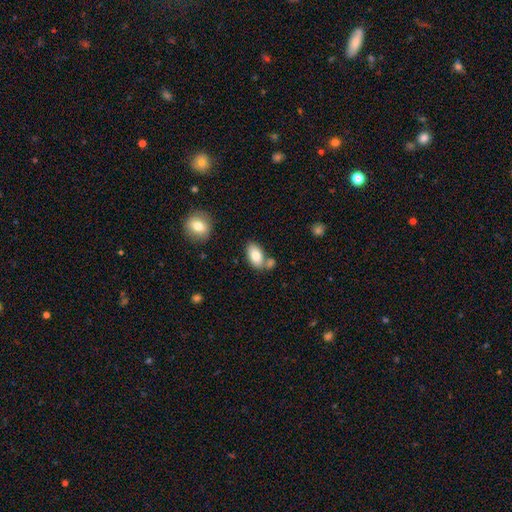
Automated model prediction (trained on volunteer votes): Morphology: type=smooth (81%); roundness=in between (93%); merging=none (62%).